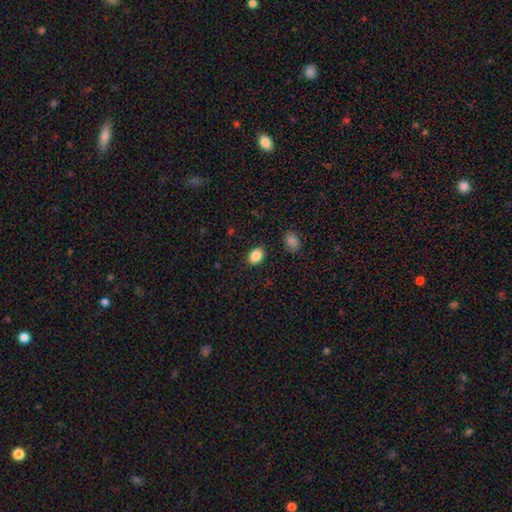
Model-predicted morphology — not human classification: smooth 87%, star or artifact 9%, featured or disk 4%. Down the decision tree: how rounded — in between (70%); merging — none (87%).